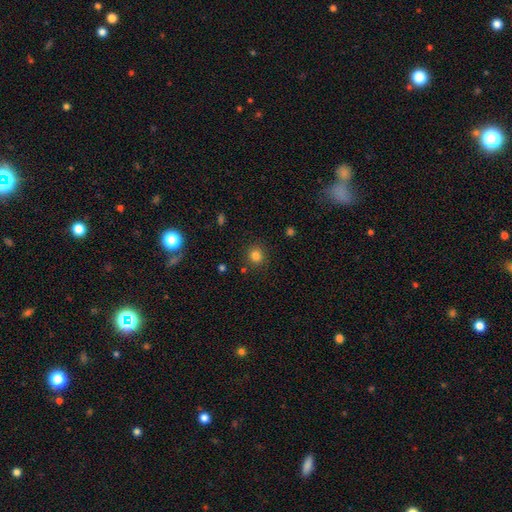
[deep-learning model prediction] Smooth or featured: smooth — 81% (star or artifact — 14%)
How rounded: round — 90% (in between — 10%)
Merging: none — 87% (minor disturbance — 8%)